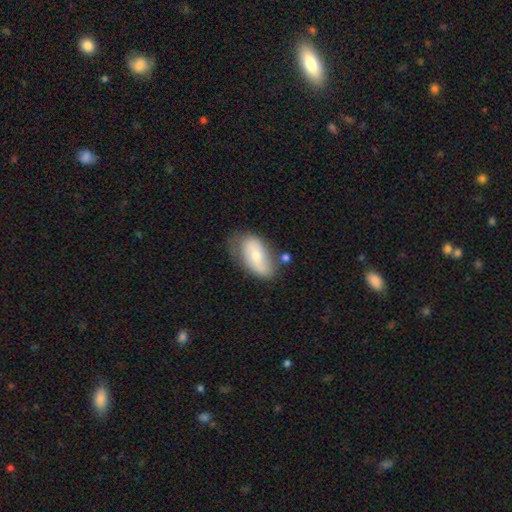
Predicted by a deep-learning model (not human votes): Overall: smooth (57%; featured or disk 36%). How rounded: in between (91%). Merging: none (52%; minor disturbance 30%).